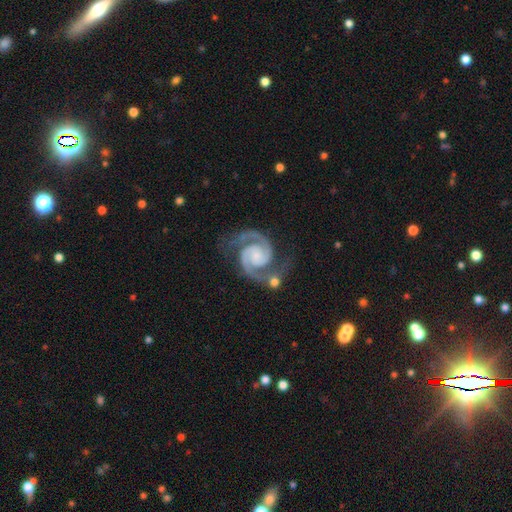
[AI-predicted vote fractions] Morphology: type=featured or disk (93%); edge-on=no (98%); bar=no (65%); spiral arms=yes (99%); winding=medium (49%); arm count=2 (94%); bulge=small (47%); merging=none (63%).